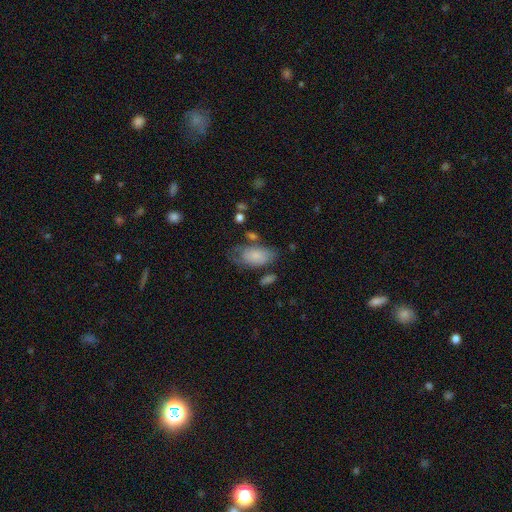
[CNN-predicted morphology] smooth_or_featured: smooth (p=0.71) [alt: featured or disk p=0.22]
how_rounded: in between (p=0.92) [alt: round p=0.05]
merging: none (p=0.43) [alt: minor disturbance p=0.29]